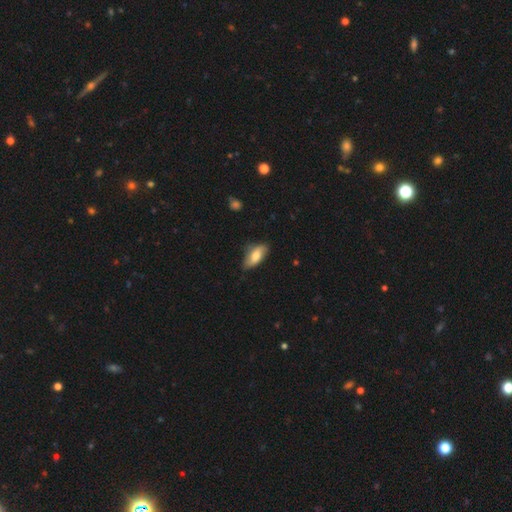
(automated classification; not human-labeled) Q: Smooth or featured?
A: smooth (69%); runner-up: featured or disk (25%)
Q: How rounded?
A: in between (86%); runner-up: cigar-shaped (12%)
Q: Merging?
A: none (70%); runner-up: minor disturbance (24%)